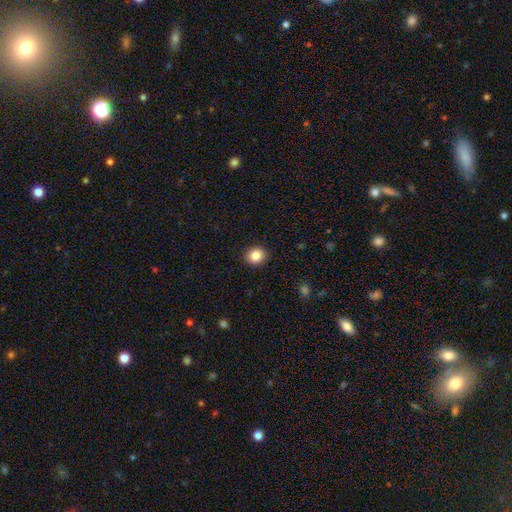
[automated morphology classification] A smooth galaxy with no disk features (86%) that is round (80%).

Vote fractions:
- Smooth or featured? smooth: 86% / star or artifact: 9% / featured or disk: 5%
- How rounded? round: 80% / in between: 19% / cigar-shaped: 1%
- Merging? none: 91% / minor disturbance: 6% / major disturbance: 2% / merger: 1%